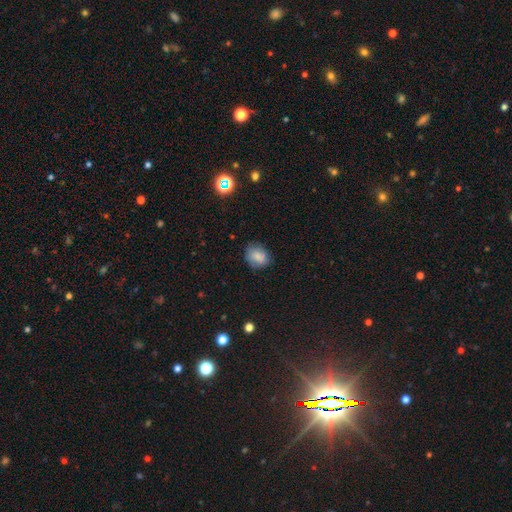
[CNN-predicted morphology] smooth 77%, featured or disk 13%, star or artifact 11%. Down the decision tree: how rounded — round (55%); merging — none (73%).